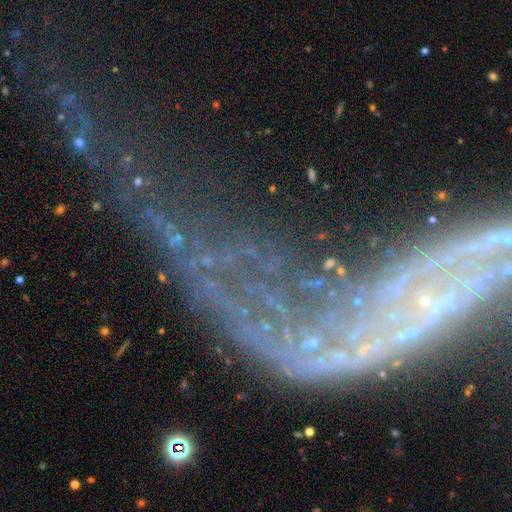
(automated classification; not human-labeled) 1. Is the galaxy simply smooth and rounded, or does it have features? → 44% featured or disk, 42% star or artifact, 14% smooth.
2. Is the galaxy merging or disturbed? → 51% none, 25% major disturbance, 15% minor disturbance, 9% merger.